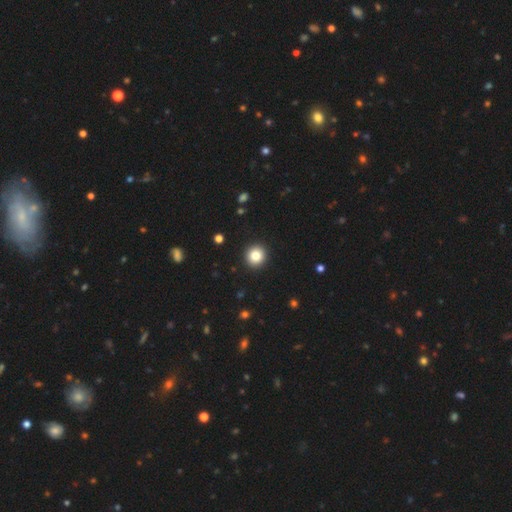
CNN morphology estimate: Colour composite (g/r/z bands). It shows a smooth galaxy with no disk features (83%) that is round (93%). Merging: none (93%).